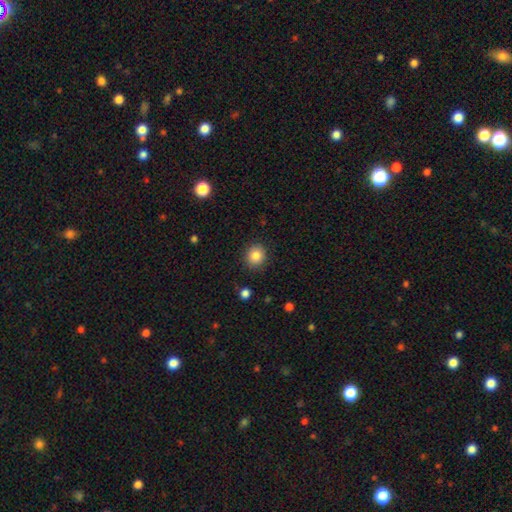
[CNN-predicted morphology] type=smooth (85%); roundness=round (83%); merging=none (89%).